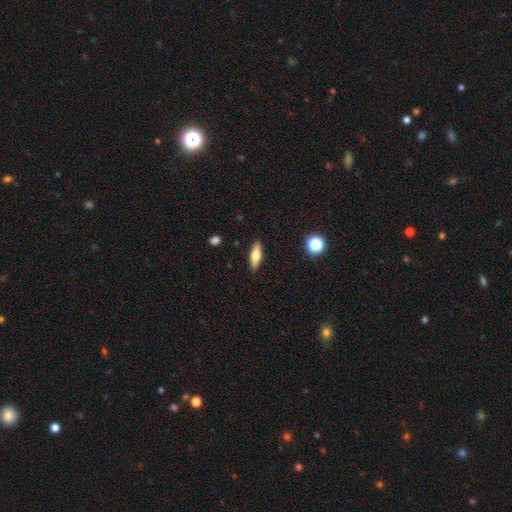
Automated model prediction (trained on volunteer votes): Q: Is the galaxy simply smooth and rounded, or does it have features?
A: smooth — 65%.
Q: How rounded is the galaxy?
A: in between — 52%.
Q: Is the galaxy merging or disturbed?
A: none — 89%.